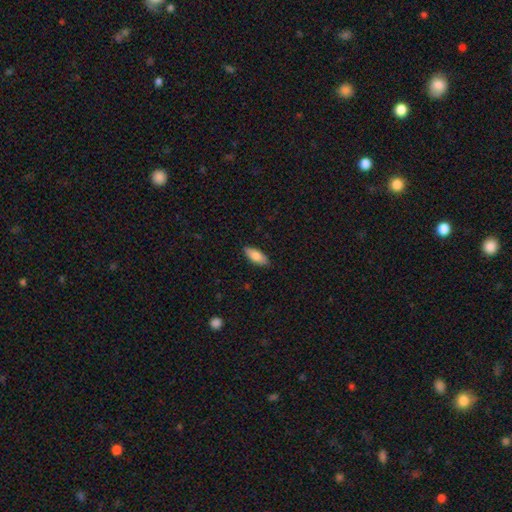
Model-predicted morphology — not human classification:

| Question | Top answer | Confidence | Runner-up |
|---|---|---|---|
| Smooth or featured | smooth | 82% | featured or disk (12%) |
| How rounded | in between | 78% | cigar-shaped (20%) |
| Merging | none | 88% | minor disturbance (10%) |